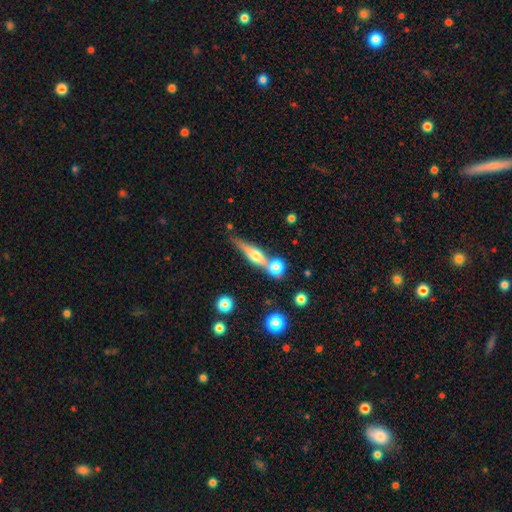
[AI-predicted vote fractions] smooth_or_featured: featured or disk (p=0.53) [alt: smooth p=0.40]
disk_edge_on: yes (p=0.89) [alt: no p=0.11]
merging: none (p=0.50) [alt: merger p=0.34]